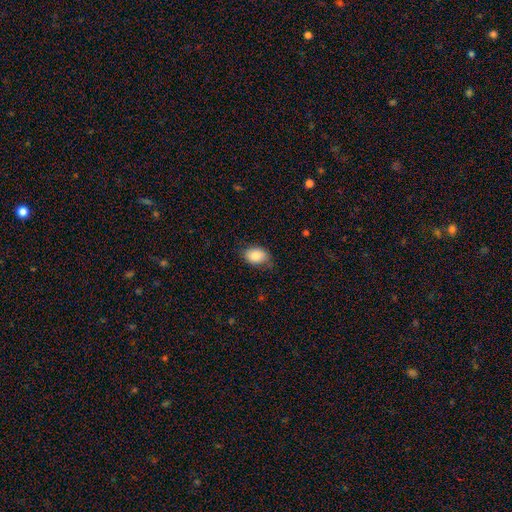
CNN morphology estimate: Smooth or featured? smooth (84%)
How rounded? in between (80%)
Merging? none (72%)